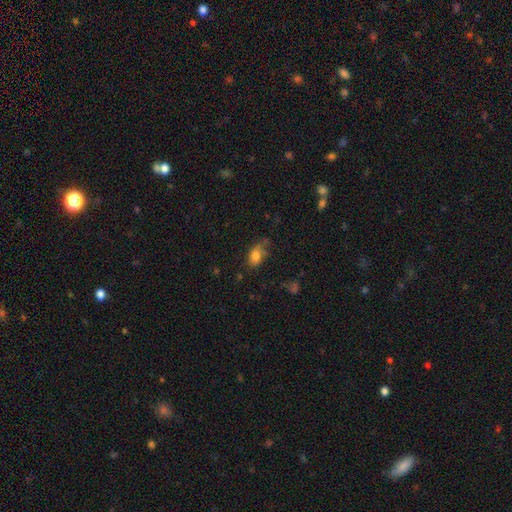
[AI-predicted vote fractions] This is likely a smooth galaxy (78%). How rounded: clearly in between (85%). Merging: possibly none (48%).